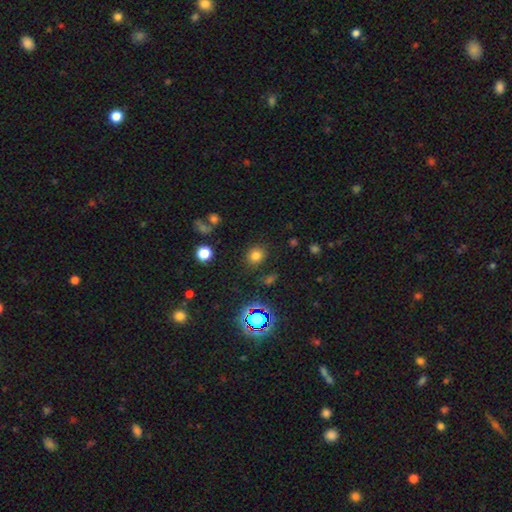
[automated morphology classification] Smooth or featured? Predicted: smooth (p=0.73). How rounded? Predicted: round (p=0.73). Merging? Predicted: none (p=0.82).